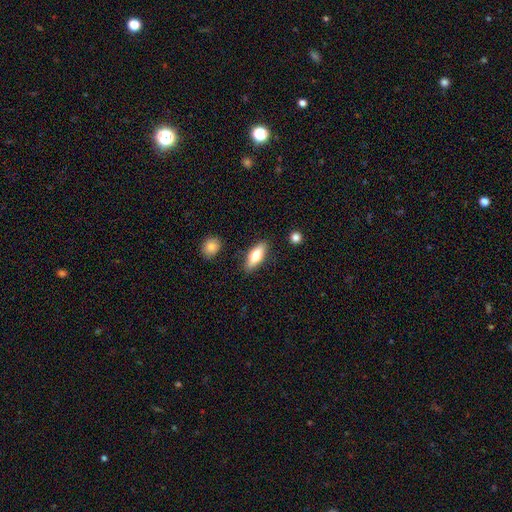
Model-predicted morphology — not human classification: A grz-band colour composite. It shows a smooth galaxy with no disk features (67%) that is in between round and cigar-shaped (68%). Merging: none (86%).